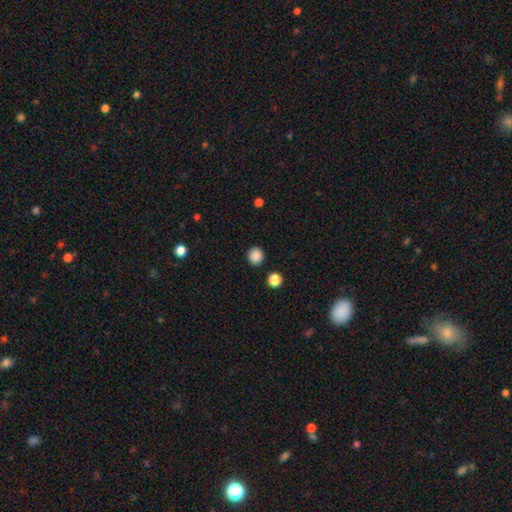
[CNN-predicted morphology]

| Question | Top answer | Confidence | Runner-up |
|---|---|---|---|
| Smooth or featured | smooth | 87% | star or artifact (10%) |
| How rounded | round | 87% | in between (12%) |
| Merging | none | 90% | minor disturbance (6%) |